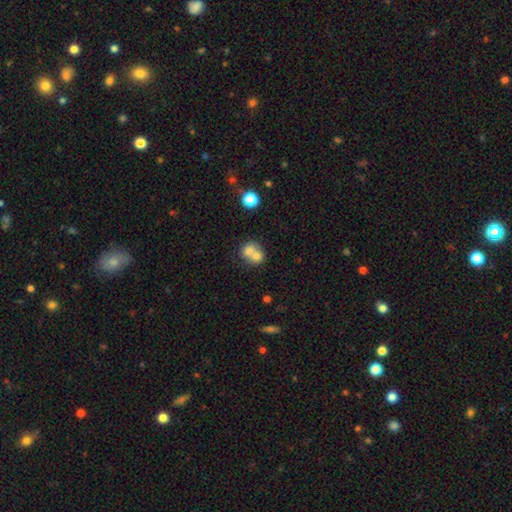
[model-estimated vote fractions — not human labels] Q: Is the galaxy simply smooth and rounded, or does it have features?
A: smooth — 70%.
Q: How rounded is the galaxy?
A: round — 69%.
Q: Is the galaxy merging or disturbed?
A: merger — 67%.